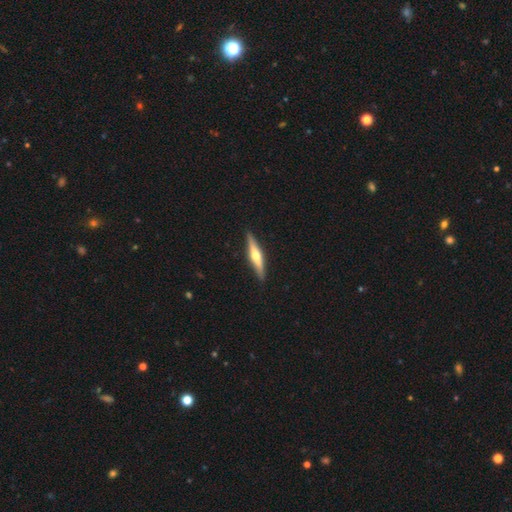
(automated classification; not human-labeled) A featured or disk galaxy (66%) viewed edge-on (96%) with a rounded central bulge (92%).

Vote fractions:
- Smooth or featured? featured or disk: 66% / smooth: 29% / star or artifact: 5%
- Edge-on disk? yes: 96% / no: 4%
- Edge-on bulge? rounded: 92% / none: 4% / boxy: 4%
- Merging? none: 90% / minor disturbance: 7% / major disturbance: 1% / merger: 1%